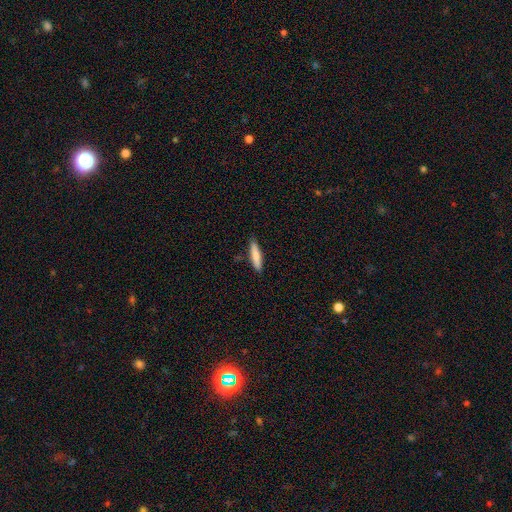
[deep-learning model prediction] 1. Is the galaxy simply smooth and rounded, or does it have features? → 80% smooth, 14% featured or disk, 6% star or artifact.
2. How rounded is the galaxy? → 83% cigar-shaped, 15% in between, 1% round.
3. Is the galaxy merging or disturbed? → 86% none, 10% minor disturbance, 2% major disturbance, 2% merger.